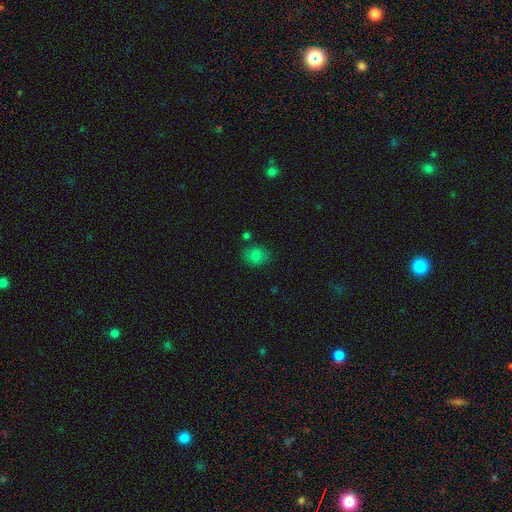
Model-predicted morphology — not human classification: The model was most divided on "how rounded": round: 52%, in between: 47%, cigar-shaped: 1%. More confident: smooth or featured — smooth (81%); merging — none (77%).